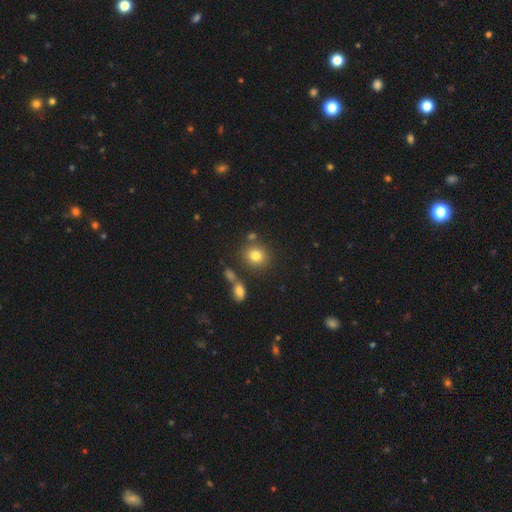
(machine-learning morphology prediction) smooth 79%, star or artifact 12%, featured or disk 9%. Down the decision tree: how rounded — round (78%); merging — none (76%).